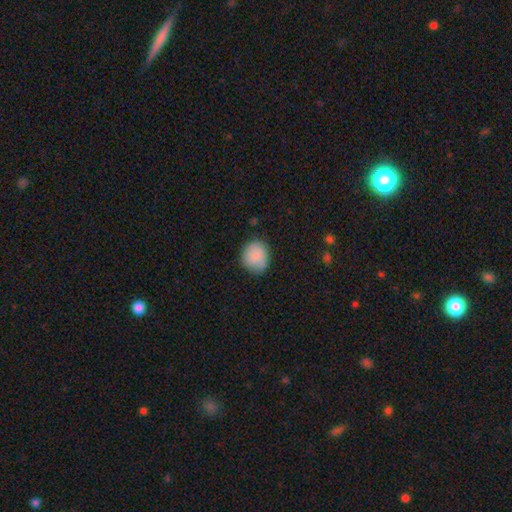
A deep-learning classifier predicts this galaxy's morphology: Smooth or featured? Predicted: smooth (p=0.84). How rounded? Predicted: round (p=0.75). Merging? Predicted: none (p=0.75).